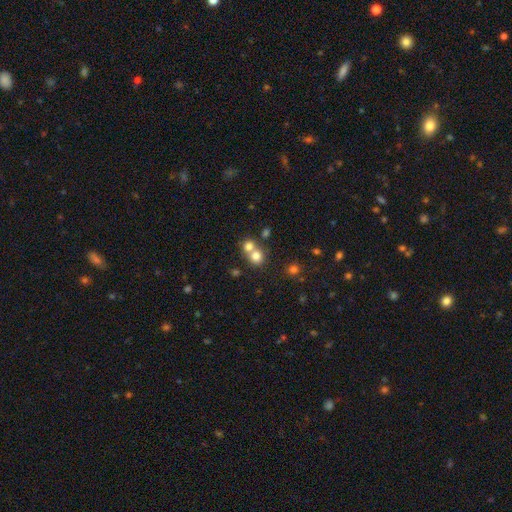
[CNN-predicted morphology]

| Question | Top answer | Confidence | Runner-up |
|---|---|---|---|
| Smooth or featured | smooth | 75% | star or artifact (13%) |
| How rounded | round | 81% | in between (18%) |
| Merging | merger | 55% | none (38%) |